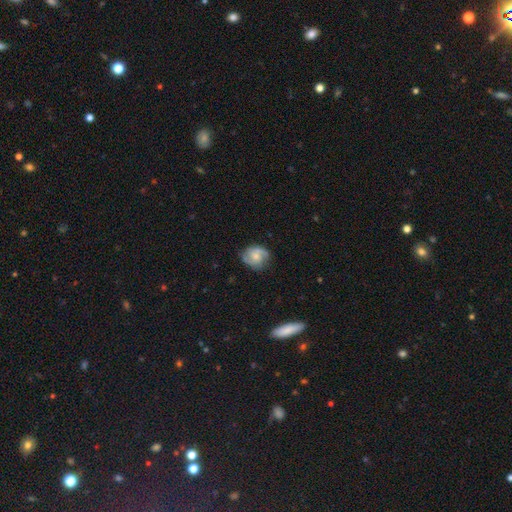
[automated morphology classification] smooth_or_featured: featured or disk (p=0.61) [alt: smooth p=0.31]
disk_edge_on: no (p=0.97) [alt: yes p=0.03]
bar: no (p=0.63) [alt: weak p=0.32]
has_spiral_arms: yes (p=0.90) [alt: no p=0.10]
spiral_winding: medium (p=0.46) [alt: tight p=0.33]
spiral_arm_count: 2 (p=0.73) [alt: can't tell p=0.13]
bulge_size: small (p=0.42) [tied with: moderate p=0.42]
merging: none (p=0.73) [alt: minor disturbance p=0.20]